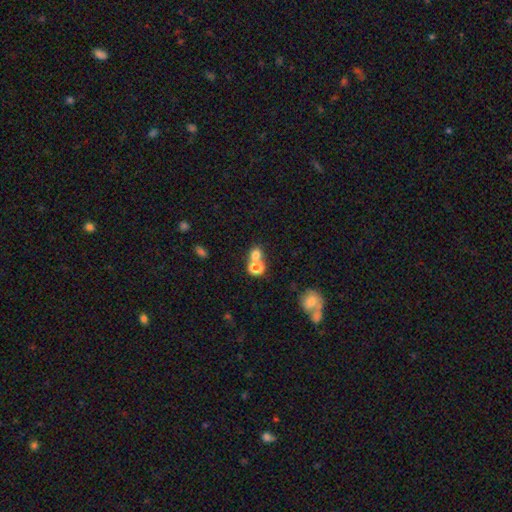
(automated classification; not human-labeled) Smooth or featured? Predicted: smooth (p=0.74). How rounded? Predicted: round (p=0.74). Merging? Predicted: merger (p=0.49).